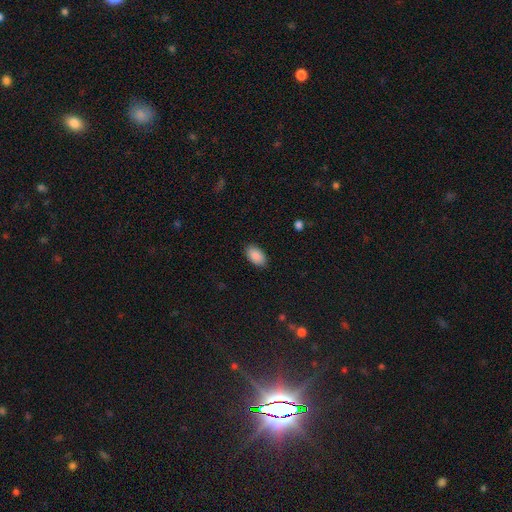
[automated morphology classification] Q: Smooth or featured?
A: smooth (89%); runner-up: star or artifact (7%)
Q: How rounded?
A: in between (94%); runner-up: round (5%)
Q: Merging?
A: none (87%); runner-up: minor disturbance (9%)